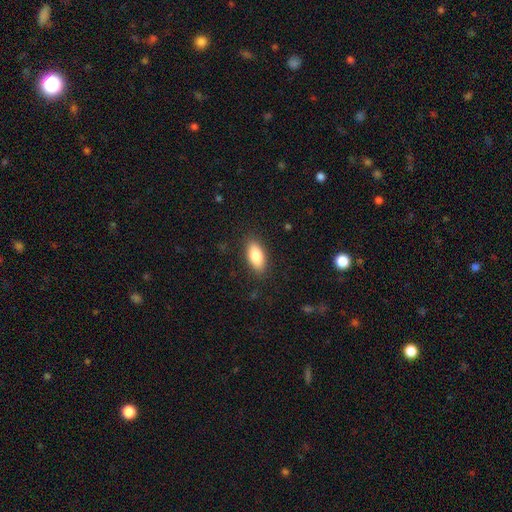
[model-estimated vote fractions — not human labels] Smooth or featured? Predicted: smooth (p=0.84). How rounded? Predicted: in between (p=0.87). Merging? Predicted: none (p=0.87).